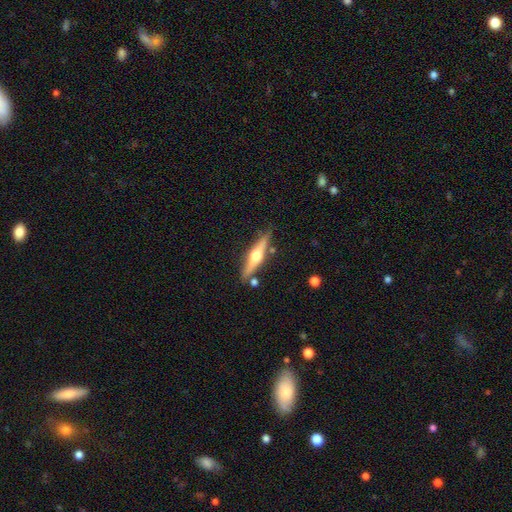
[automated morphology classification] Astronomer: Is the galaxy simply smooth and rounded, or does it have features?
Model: featured or disk — 68%.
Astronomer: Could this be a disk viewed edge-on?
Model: yes — 96%.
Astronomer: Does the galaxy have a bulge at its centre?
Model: rounded — 95%.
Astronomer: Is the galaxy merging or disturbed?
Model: none — 81%.